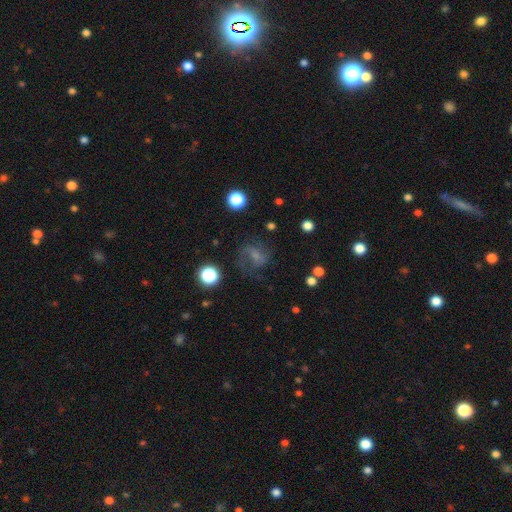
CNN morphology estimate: The model was most divided on "smooth or featured": featured or disk: 51%, smooth: 34%, star or artifact: 16%. More confident: edge-on disk — no (97%); merging — none (59%).